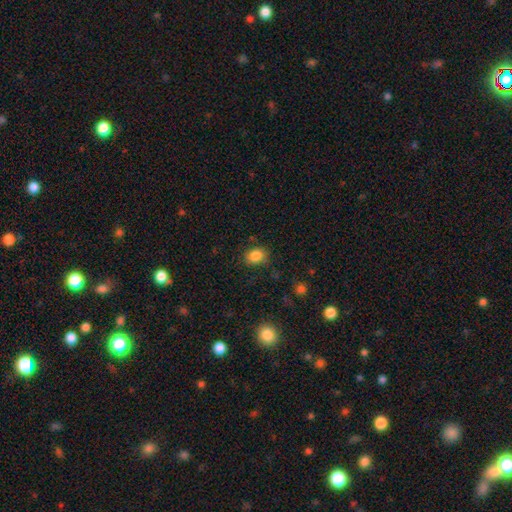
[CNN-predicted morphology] type=smooth (84%); roundness=in between (60%); merging=none (79%).